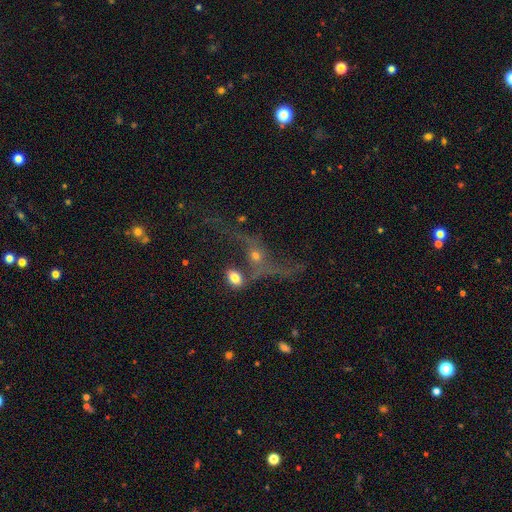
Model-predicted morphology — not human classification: type=featured or disk (55%); edge-on=no (80%); merging=merger (36%).